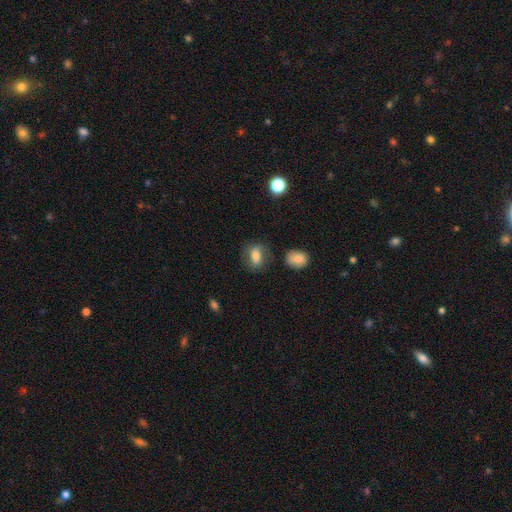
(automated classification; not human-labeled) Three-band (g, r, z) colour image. It shows a smooth galaxy with no disk features (67%) that is in between round and cigar-shaped (71%). Merging: none (72%).